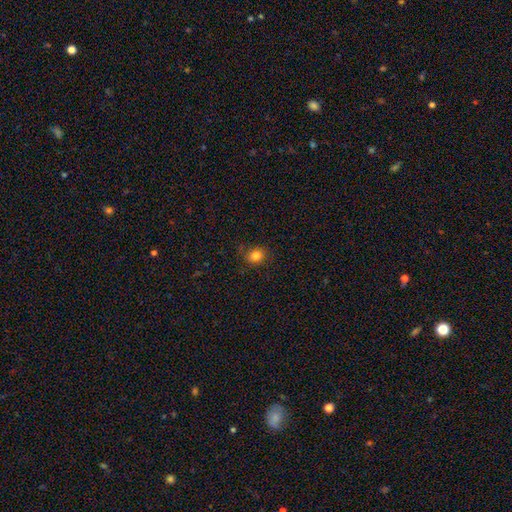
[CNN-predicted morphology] This is clearly a smooth galaxy (82%). How rounded: likely round (63%). Merging: clearly none (81%).